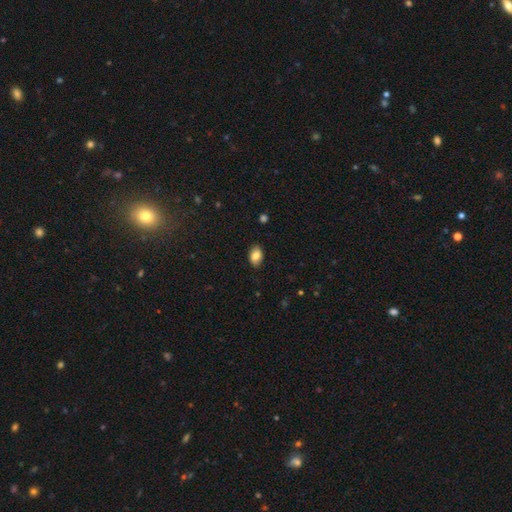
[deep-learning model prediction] smooth 83%, featured or disk 9%, star or artifact 8%. Down the decision tree: how rounded — in between (87%); merging — none (86%).